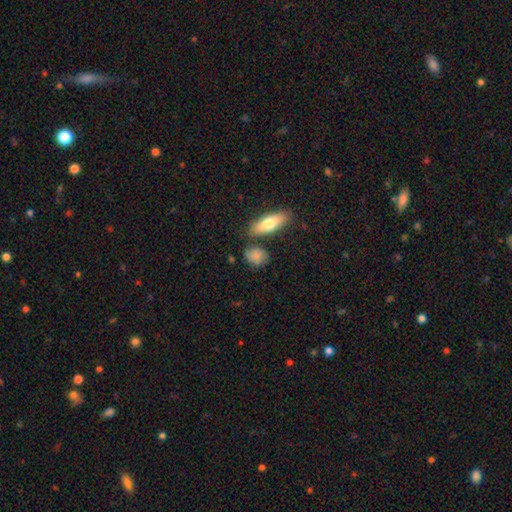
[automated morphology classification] This is clearly a smooth galaxy (81%). How rounded: possibly in between (57%). Merging: likely none (69%).